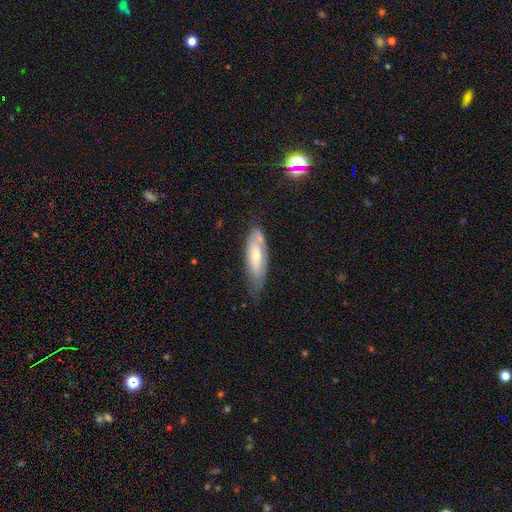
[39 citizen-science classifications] Smooth or featured?
  - featured or disk: 49% *
  - smooth: 41%
  - star or artifact: 10%
Edge-on disk?
  - no: 58% *
  - yes: 42%
Bar?
  - no: 64% *
  - weak: 27%
  - strong: 9%
Spiral arms?
  - no: 55% *
  - yes: 45%
Bulge size?
  - moderate: 64% *
  - small: 36%
  - dominant: 0%
  - large: 0%
  - none: 0%
Merging?
  - none: 51% *
  - minor disturbance: 34%
  - major disturbance: 9%
  - merger: 6%